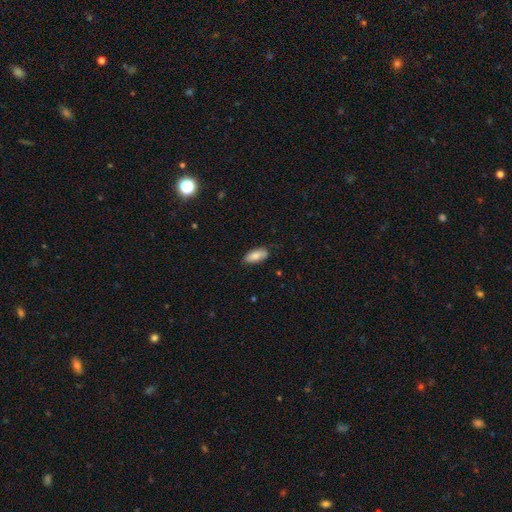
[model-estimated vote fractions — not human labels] Overall: smooth (82%). How rounded: in between (85%). Merging: none (79%).